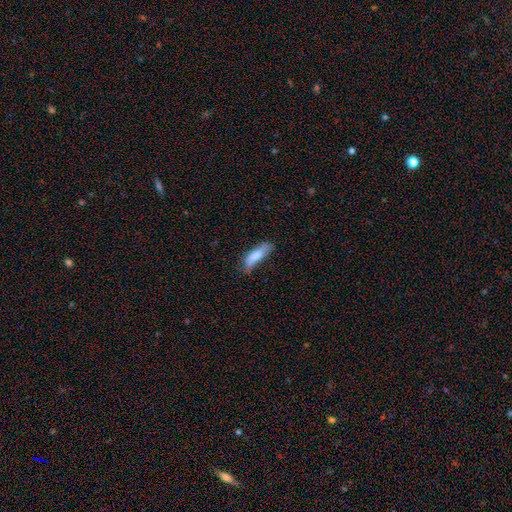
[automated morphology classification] Smooth or featured? Predicted: smooth (p=0.76). How rounded? Predicted: cigar-shaped (p=0.53). Merging? Predicted: none (p=0.49).